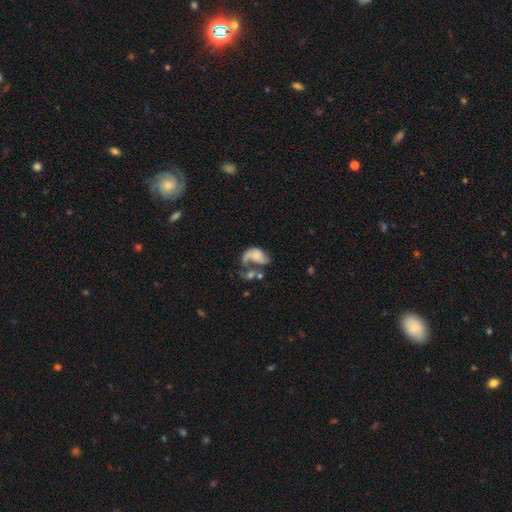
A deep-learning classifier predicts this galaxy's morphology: Smooth or featured?
  - featured or disk: 60% *
  - smooth: 32%
  - star or artifact: 9%
Edge-on disk?
  - no: 97% *
  - yes: 3%
Bar?
  - no: 73% *
  - weak: 21%
  - strong: 5%
Spiral arms?
  - yes: 71% *
  - no: 29%
Bulge size?
  - small: 41% *
  - moderate: 26%
  - none: 25%
  - large: 5%
  - dominant: 2%
Merging?
  - major disturbance: 36% *
  - merger: 31%
  - none: 19%
  - minor disturbance: 13%